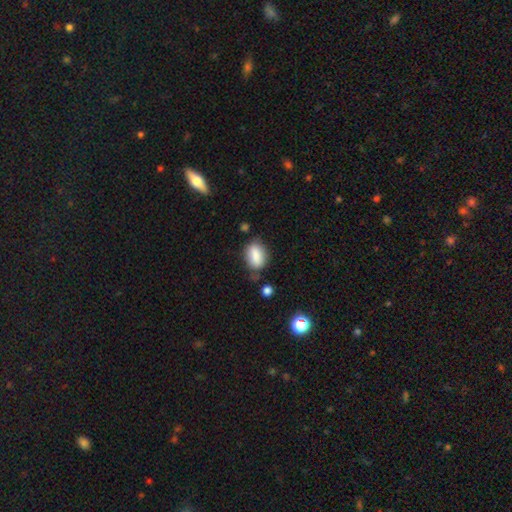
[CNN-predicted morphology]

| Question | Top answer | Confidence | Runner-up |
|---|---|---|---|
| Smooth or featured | smooth | 84% | featured or disk (8%) |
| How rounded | in between | 85% | round (12%) |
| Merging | none | 63% | minor disturbance (24%) |